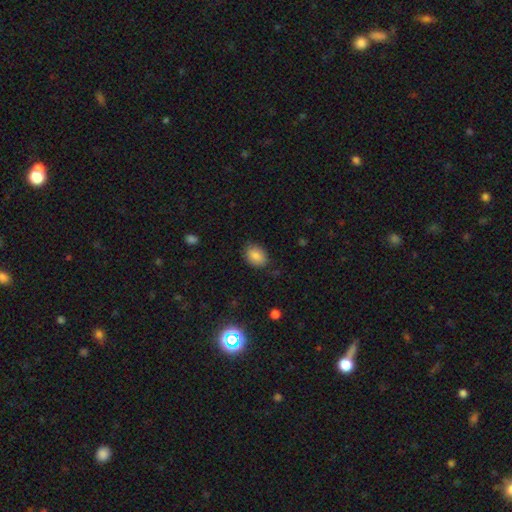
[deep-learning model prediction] The model was most divided on "how rounded": in between: 75%, round: 24%, cigar-shaped: 1%. More confident: smooth or featured — smooth (85%); merging — none (81%).